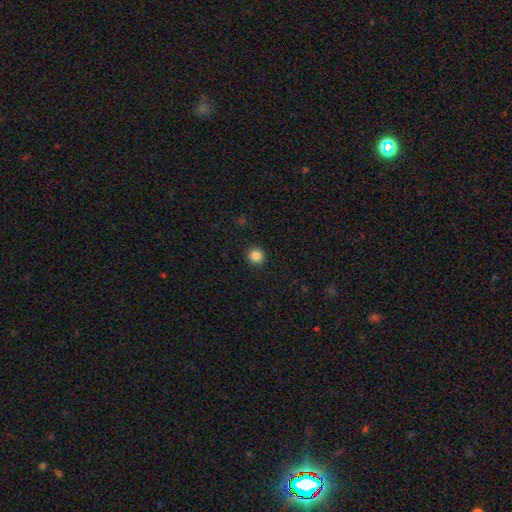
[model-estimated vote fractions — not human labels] Smooth or featured?
  - smooth: 86% *
  - star or artifact: 11%
  - featured or disk: 3%
How rounded?
  - round: 95% *
  - in between: 4%
  - cigar-shaped: 1%
Merging?
  - none: 93% *
  - minor disturbance: 4%
  - major disturbance: 2%
  - merger: 1%